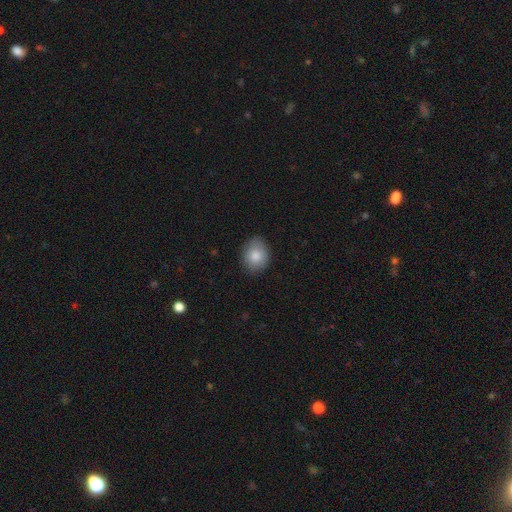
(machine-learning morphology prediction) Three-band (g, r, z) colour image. It shows a smooth galaxy with no disk features (84%) that is in between round and cigar-shaped (54%). Merging: none (82%).